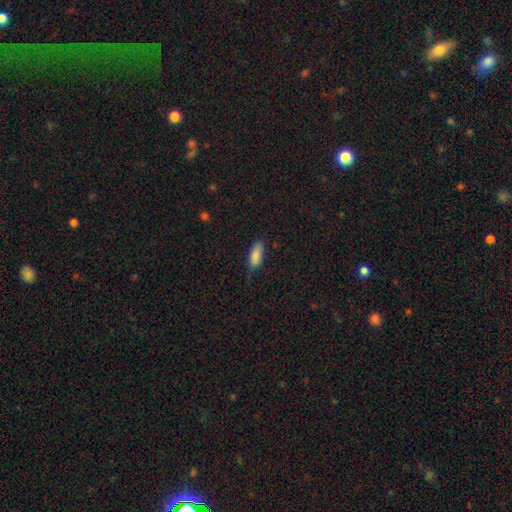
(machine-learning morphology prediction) This appears to be a smooth galaxy with no disk features (87%) that is in between round and cigar-shaped (82%). Merging: none (62%).